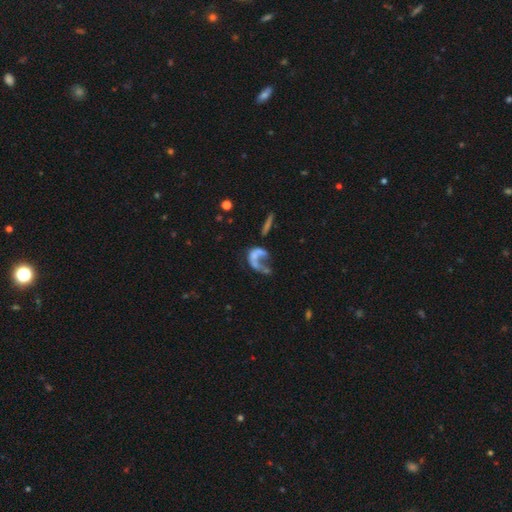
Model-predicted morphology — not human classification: smooth-or-featured: featured or disk: 58% | smooth: 31% | star or artifact: 11%
  disk-edge-on: no: 96% | yes: 4%
    bar: no: 86% | weak: 10% | strong: 4%
    has-spiral-arms: no: 69% | yes: 31%
    bulge-size: none: 72% | small: 14% | moderate: 9% | large: 3% | dominant: 2%
  merging: major disturbance: 46% | none: 23% | merger: 20% | minor disturbance: 11%